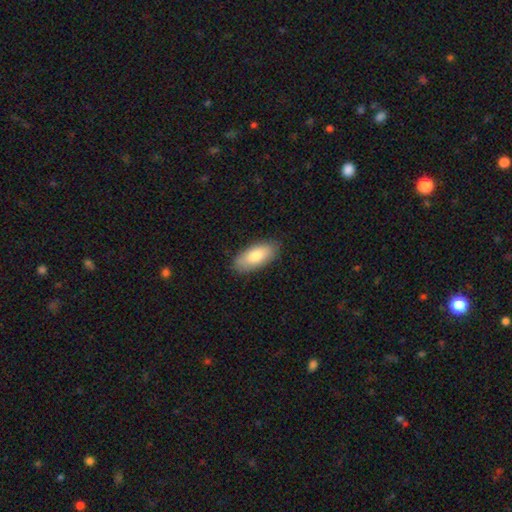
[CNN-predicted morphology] This is likely a smooth galaxy (78%). How rounded: clearly in between (88%). Merging: clearly none (86%).